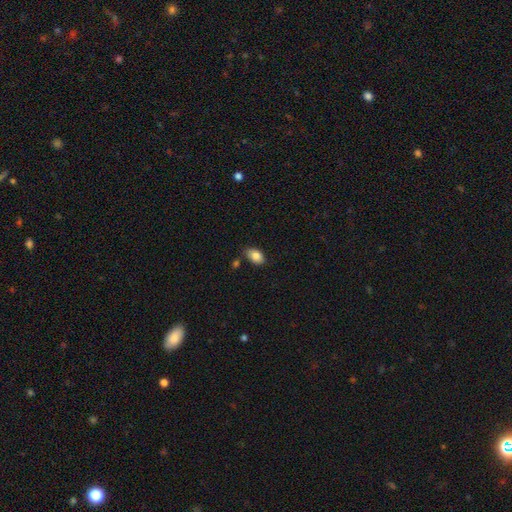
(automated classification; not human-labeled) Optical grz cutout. It shows a smooth galaxy with no disk features (85%) that is in between round and cigar-shaped (90%). Merging: none (76%).